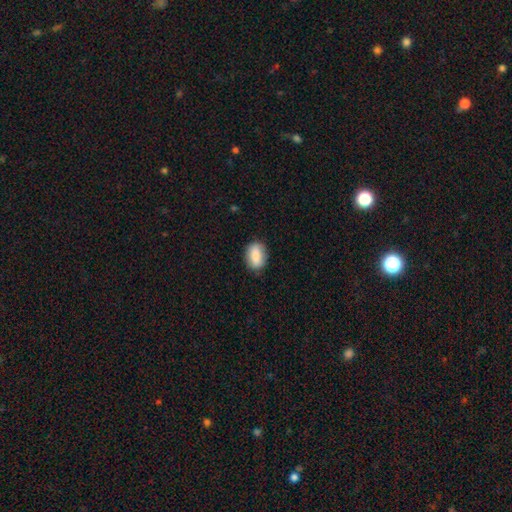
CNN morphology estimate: Smooth or featured?
  - smooth: 87% *
  - star or artifact: 7%
  - featured or disk: 7%
How rounded?
  - in between: 82% *
  - round: 16%
  - cigar-shaped: 2%
Merging?
  - none: 84% *
  - minor disturbance: 12%
  - major disturbance: 3%
  - merger: 1%